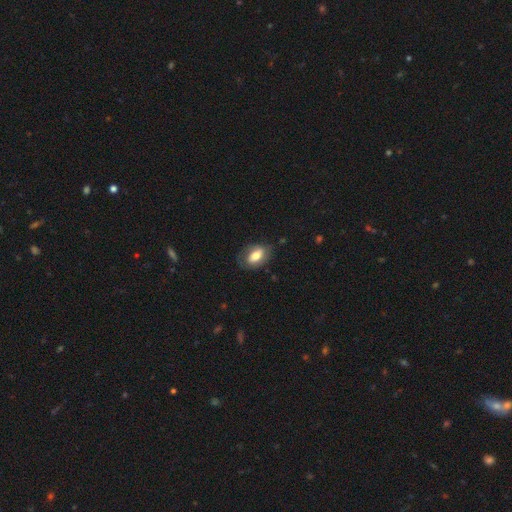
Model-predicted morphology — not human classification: smooth-or-featured: smooth: 65% | featured or disk: 28% | star or artifact: 7%
  how-rounded: in between: 89% | round: 9% | cigar-shaped: 3%
  merging: none: 70% | minor disturbance: 21% | major disturbance: 8% | merger: 1%